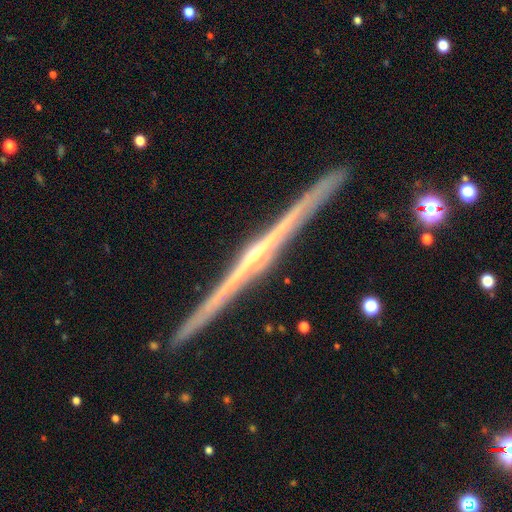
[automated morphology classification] This appears to be a featured or disk galaxy (89%) viewed edge-on (99%) with a rounded central bulge (68%). Merging: none (92%).